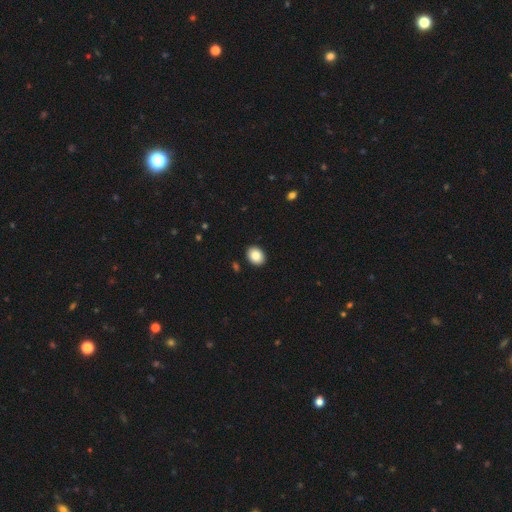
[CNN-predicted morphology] Q: Smooth or featured?
A: smooth (86%); runner-up: star or artifact (8%)
Q: How rounded?
A: in between (62%); runner-up: round (37%)
Q: Merging?
A: none (91%); runner-up: minor disturbance (6%)